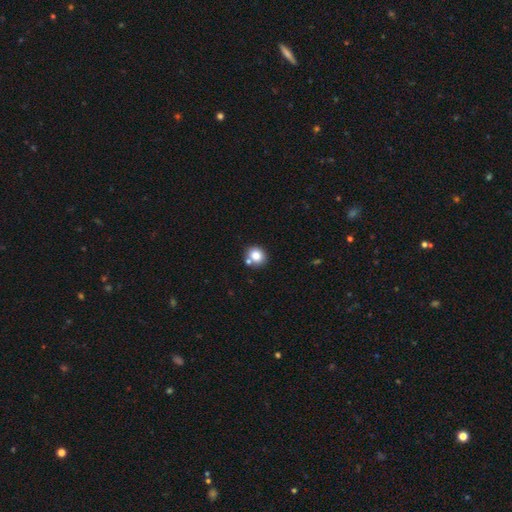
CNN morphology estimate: This appears to be a smooth galaxy with no disk features (82%) that is round (77%). Merging: none (69%).